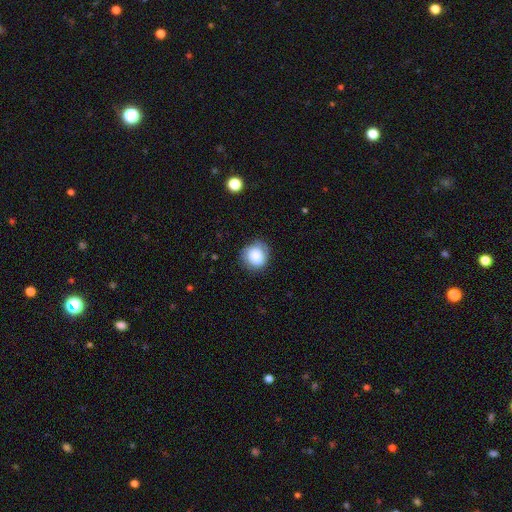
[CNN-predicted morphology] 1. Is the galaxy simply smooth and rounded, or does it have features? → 80% smooth, 12% featured or disk, 8% star or artifact.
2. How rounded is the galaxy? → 88% round, 12% in between, 1% cigar-shaped.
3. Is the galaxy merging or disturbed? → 73% none, 20% minor disturbance, 5% major disturbance, 1% merger.